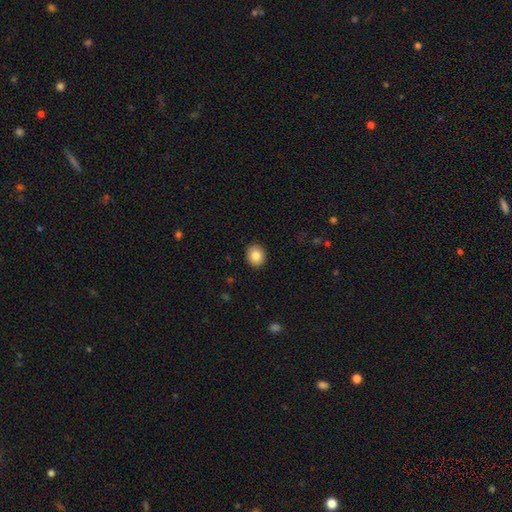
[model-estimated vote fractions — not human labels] A smooth galaxy with no disk features (84%) that is round (70%).

Vote fractions:
- Smooth or featured? smooth: 84% / star or artifact: 9% / featured or disk: 8%
- How rounded? round: 70% / in between: 29% / cigar-shaped: 1%
- Merging? none: 91% / minor disturbance: 7% / major disturbance: 2% / merger: 1%